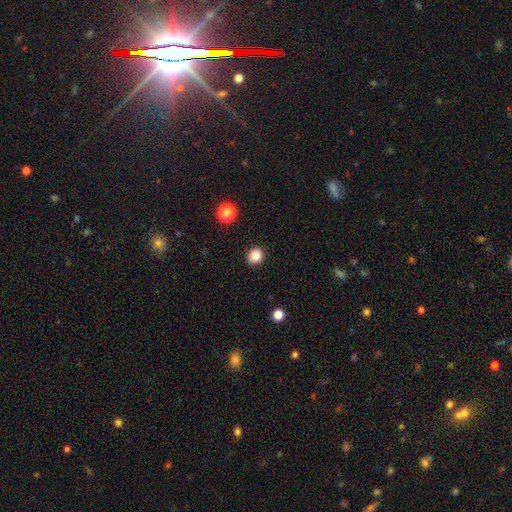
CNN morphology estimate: The model was most divided on "how rounded": round: 82%, in between: 17%, cigar-shaped: 1%. More confident: merging — none (90%); smooth or featured — smooth (85%).